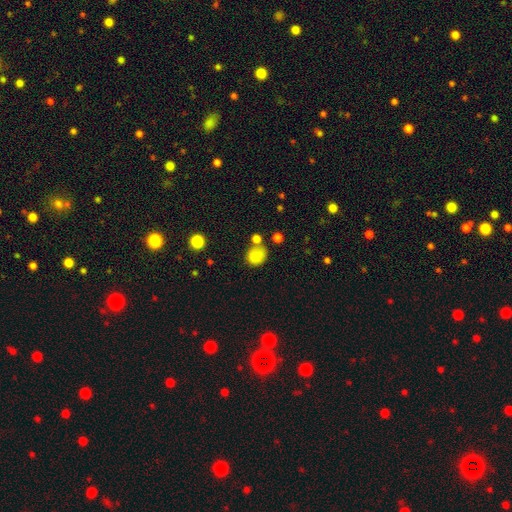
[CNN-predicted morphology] This appears to be a smooth galaxy with no disk features (83%) that is round (66%). Merging: none (60%).